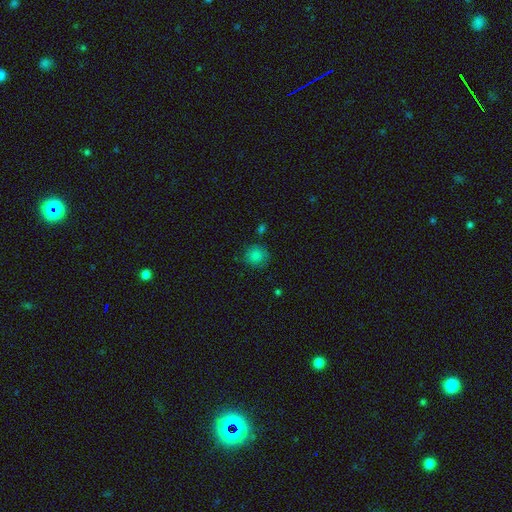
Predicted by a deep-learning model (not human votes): Morphology: type=smooth (84%); roundness=round (89%); merging=none (80%).